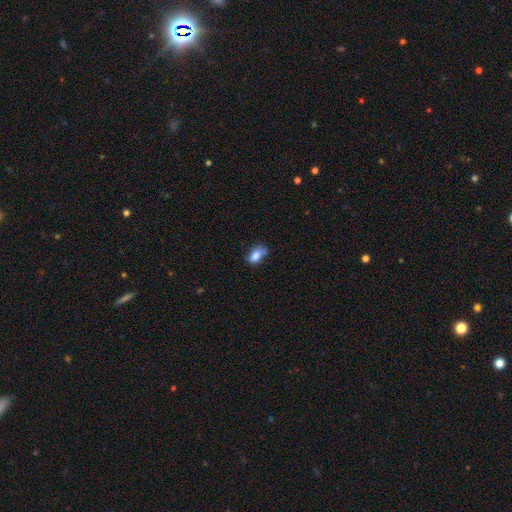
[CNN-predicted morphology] This is likely a smooth galaxy (78%). How rounded: clearly in between (88%). Merging: marginally none (40%).